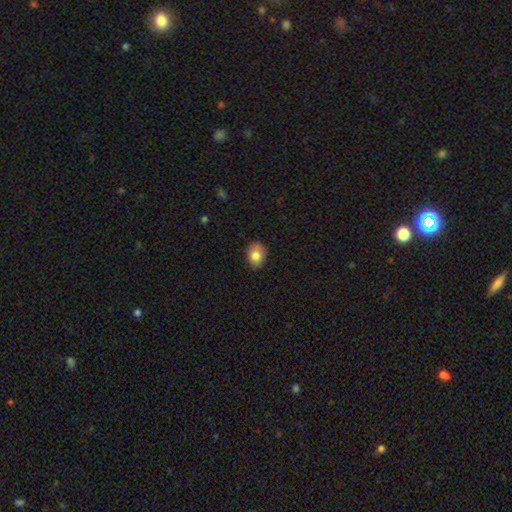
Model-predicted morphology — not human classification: Smooth or featured: smooth — 81% (featured or disk — 11%)
How rounded: in between — 62% (round — 37%)
Merging: none — 81% (minor disturbance — 16%)